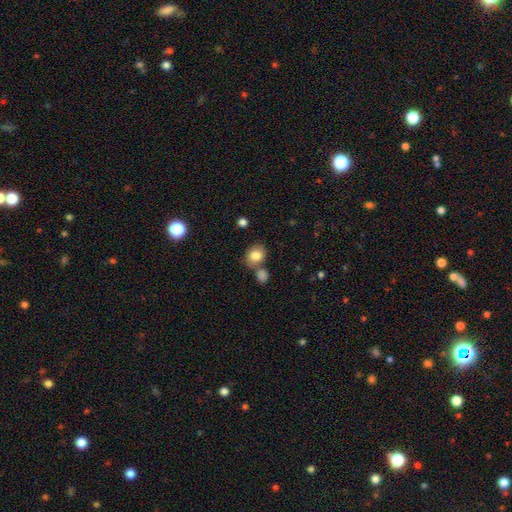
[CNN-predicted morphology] type=smooth (82%); roundness=round (56%); merging=none (59%).